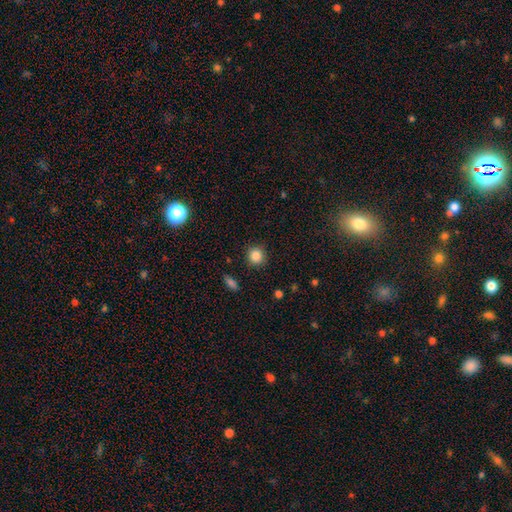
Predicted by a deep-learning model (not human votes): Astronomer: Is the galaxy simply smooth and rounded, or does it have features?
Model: smooth — 85%.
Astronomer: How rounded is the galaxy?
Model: round — 91%.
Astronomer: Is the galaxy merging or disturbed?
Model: none — 90%.